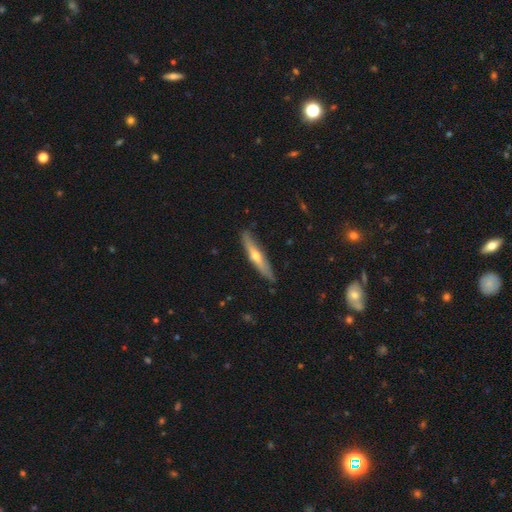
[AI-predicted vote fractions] Smooth or featured? Predicted: featured or disk (p=0.58). Edge-on disk? Predicted: yes (p=0.92). Edge-on bulge? Predicted: rounded (p=0.87). Merging? Predicted: none (p=0.85).